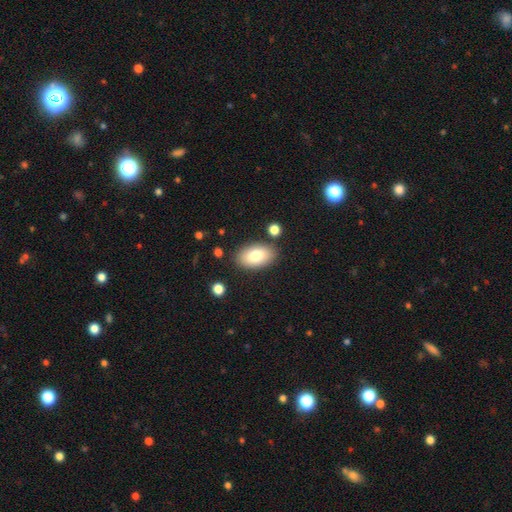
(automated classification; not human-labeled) Morphology: type=smooth (79%); roundness=in between (93%); merging=none (84%).